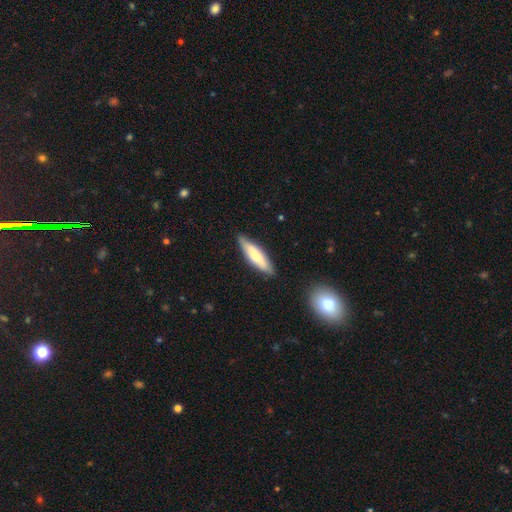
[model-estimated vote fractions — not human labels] This appears to be a smooth galaxy with no disk features (68%) that is cigar-shaped (68%). Merging: none (83%).